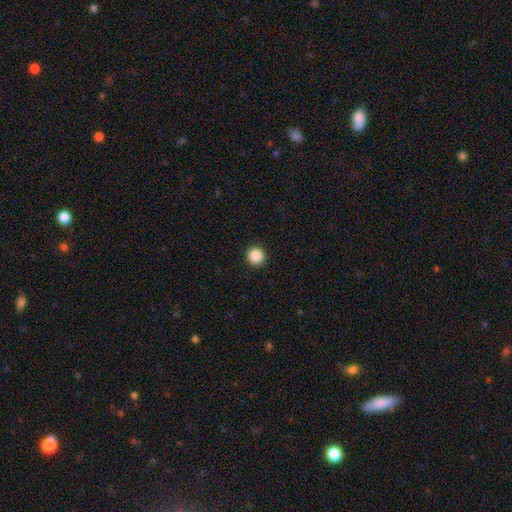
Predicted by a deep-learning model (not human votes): Smooth or featured? smooth (88%)
How rounded? round (96%)
Merging? none (94%)